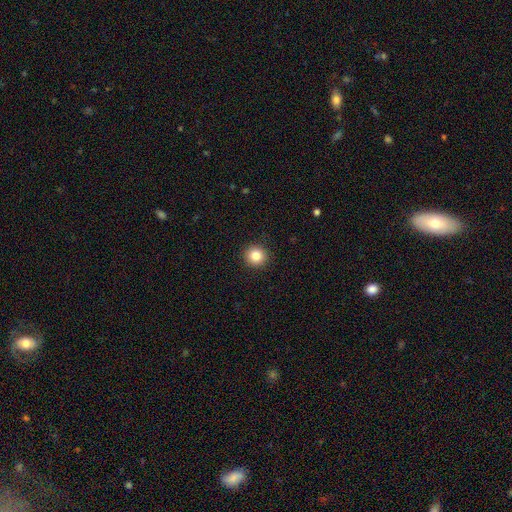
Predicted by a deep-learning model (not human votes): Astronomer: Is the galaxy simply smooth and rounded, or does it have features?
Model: smooth — 84%.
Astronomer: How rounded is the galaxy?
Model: round — 93%.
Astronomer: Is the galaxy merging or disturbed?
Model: none — 92%.